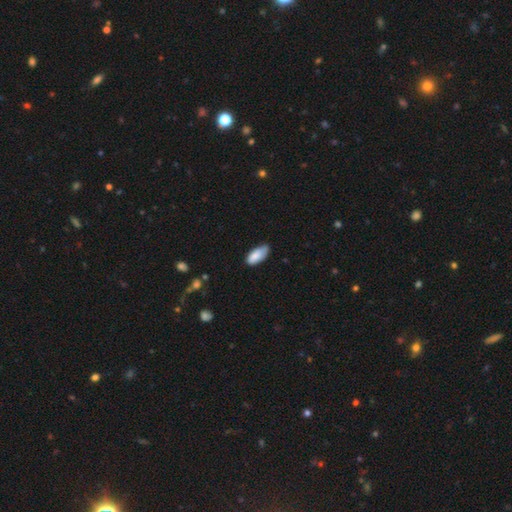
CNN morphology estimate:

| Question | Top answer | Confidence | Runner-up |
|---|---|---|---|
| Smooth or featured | smooth | 83% | featured or disk (10%) |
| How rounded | in between | 90% | cigar-shaped (8%) |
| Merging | none | 57% | minor disturbance (36%) |